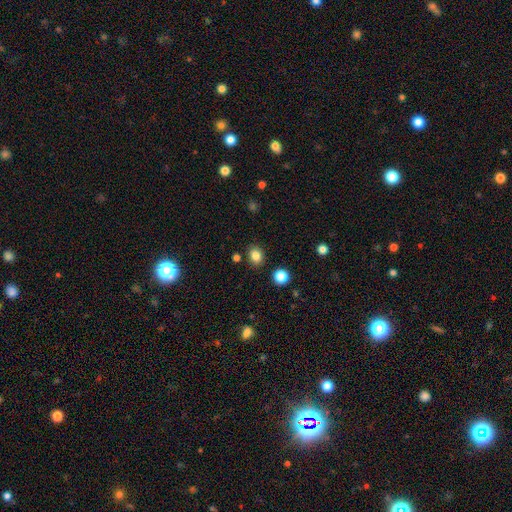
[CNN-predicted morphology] Smooth or featured: smooth — 83% (star or artifact — 12%)
How rounded: round — 60% (in between — 39%)
Merging: none — 86% (minor disturbance — 8%)